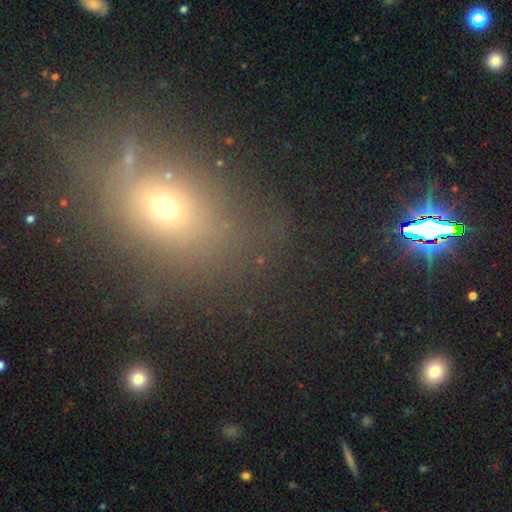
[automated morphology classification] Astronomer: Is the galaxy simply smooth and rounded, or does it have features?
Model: smooth — 50% (runner-up: star or artifact, 34%).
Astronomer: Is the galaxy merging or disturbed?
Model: none — 71%.